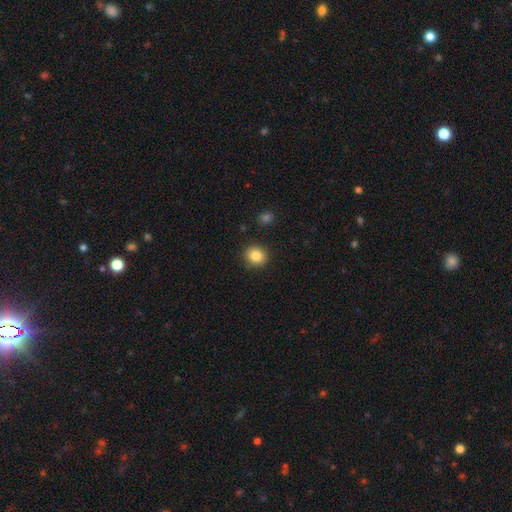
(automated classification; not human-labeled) smooth_or_featured: smooth (p=0.84) [alt: star or artifact p=0.10]
how_rounded: round (p=0.86) [alt: in between p=0.13]
merging: none (p=0.90) [alt: minor disturbance p=0.06]